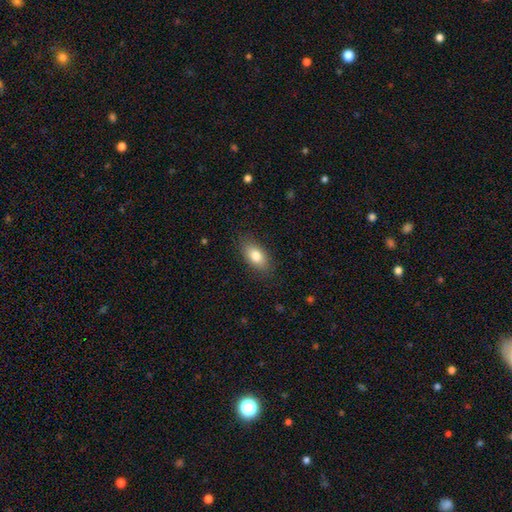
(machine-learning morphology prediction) Smooth or featured? Predicted: smooth (p=0.81). How rounded? Predicted: in between (p=0.89). Merging? Predicted: none (p=0.85).